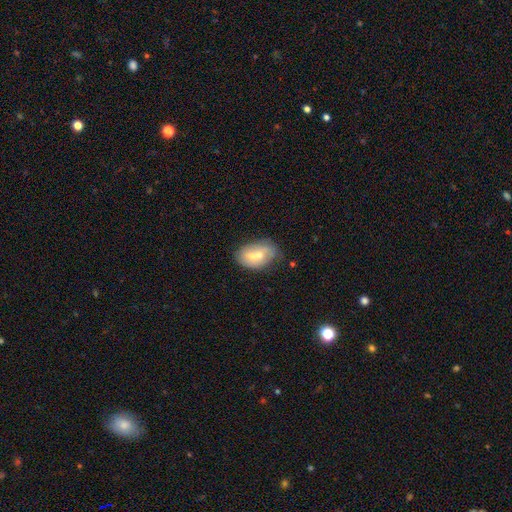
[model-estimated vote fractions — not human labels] smooth 58%, featured or disk 35%, star or artifact 7%. Down the decision tree: how rounded — in between (82%); merging — merger (46%).